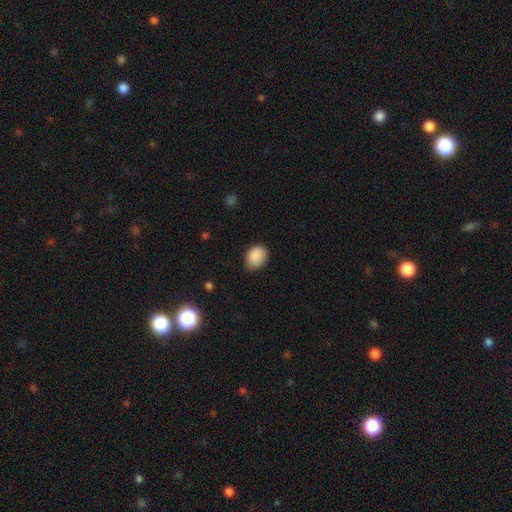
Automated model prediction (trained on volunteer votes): Smooth or featured: smooth — 89% (star or artifact — 8%)
How rounded: in between — 58% (round — 41%)
Merging: none — 69% (minor disturbance — 26%)